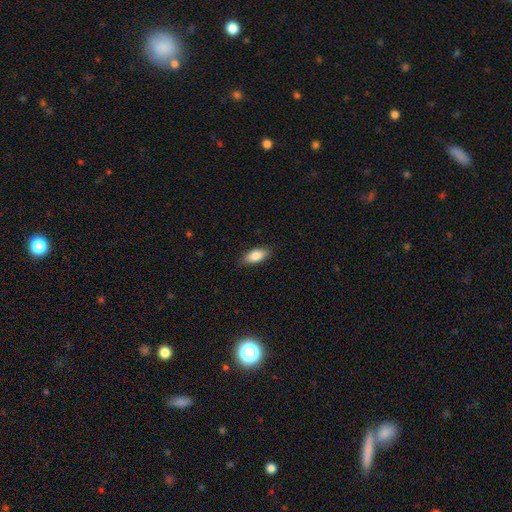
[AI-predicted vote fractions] This appears to be a smooth galaxy with no disk features (86%) that is in between round and cigar-shaped (87%). Merging: none (85%).